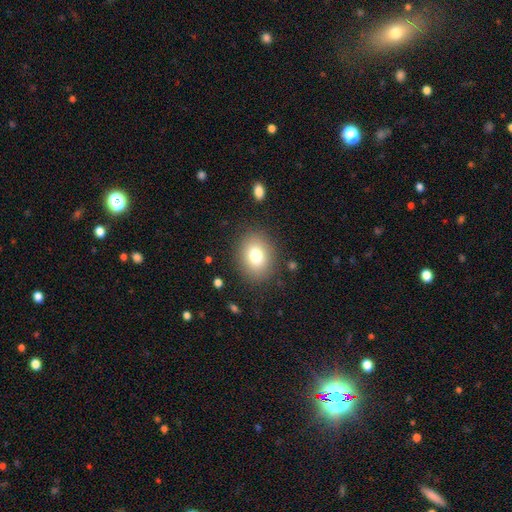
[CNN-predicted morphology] A smooth galaxy with no disk features (77%) that is round (52%).

Vote fractions:
- Smooth or featured? smooth: 77% / featured or disk: 12% / star or artifact: 11%
- How rounded? round: 52% / in between: 47% / cigar-shaped: 1%
- Merging? none: 86% / minor disturbance: 9% / major disturbance: 4% / merger: 1%